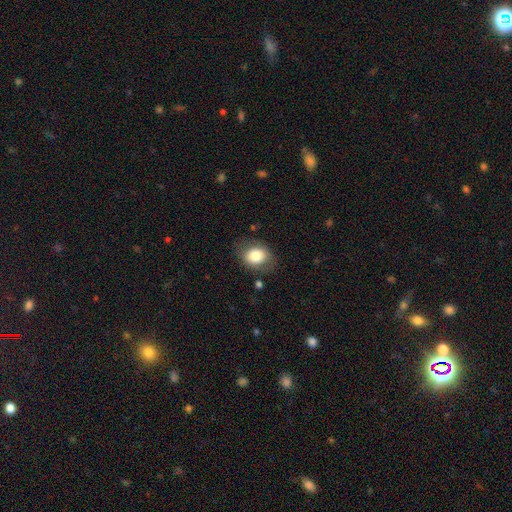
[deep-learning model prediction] smooth 78%, featured or disk 14%, star or artifact 8%. Down the decision tree: how rounded — in between (57%); merging — none (74%).